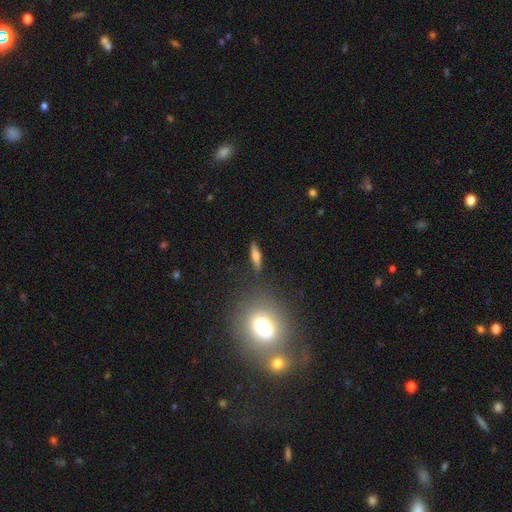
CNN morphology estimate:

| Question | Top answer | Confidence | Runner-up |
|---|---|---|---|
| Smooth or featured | smooth | 57% | featured or disk (34%) |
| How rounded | cigar-shaped | 63% | in between (33%) |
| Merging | none | 84% | minor disturbance (10%) |